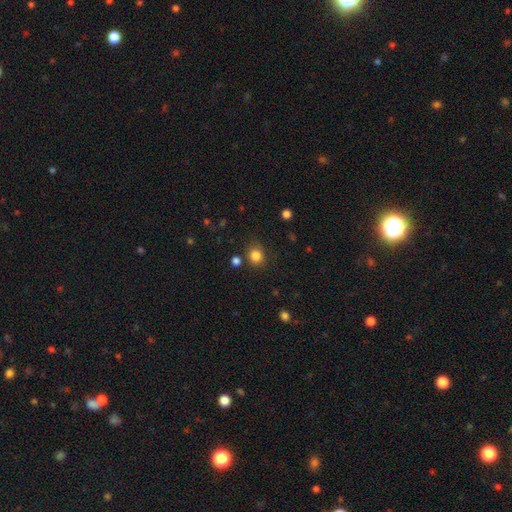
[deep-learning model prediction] This is clearly a smooth galaxy (83%). How rounded: likely round (79%). Merging: likely none (80%).